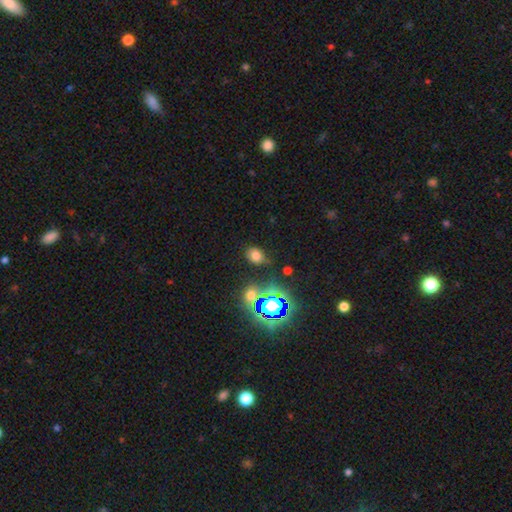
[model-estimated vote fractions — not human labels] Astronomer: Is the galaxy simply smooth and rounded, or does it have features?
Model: smooth — 68%.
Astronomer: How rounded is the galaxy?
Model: in between — 62%.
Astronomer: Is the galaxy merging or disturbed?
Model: none — 74%.